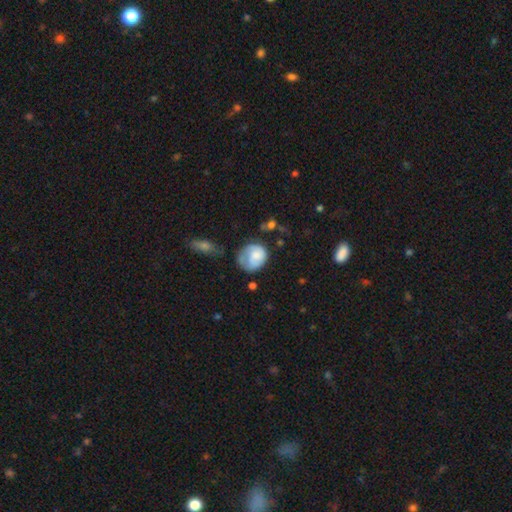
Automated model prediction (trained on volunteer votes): This is likely a smooth galaxy (64%). How rounded: likely round (68%). Merging: marginally none (40%).